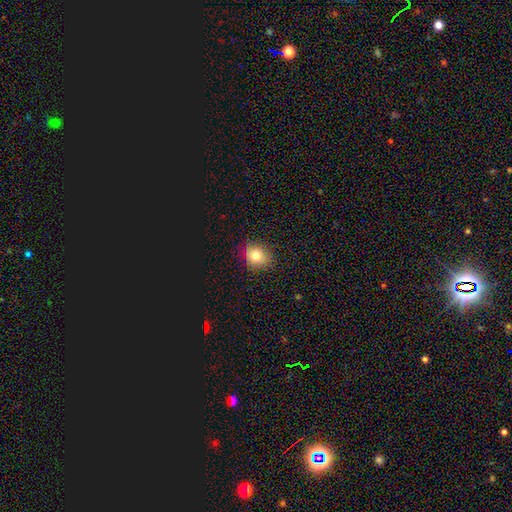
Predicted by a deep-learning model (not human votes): smooth_or_featured: smooth (p=0.80) [alt: star or artifact p=0.12]
how_rounded: round (p=0.64) [alt: in between p=0.34]
merging: none (p=0.85) [alt: minor disturbance p=0.12]